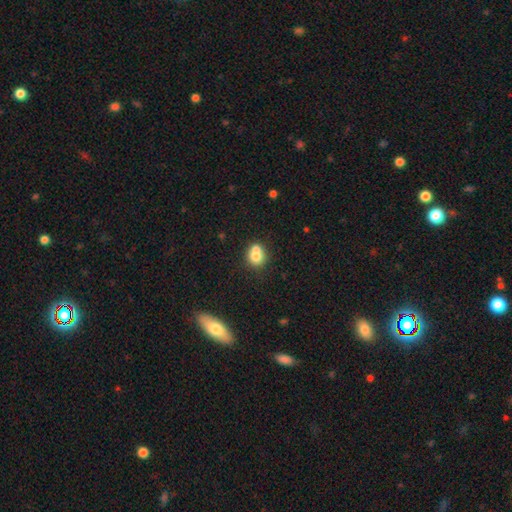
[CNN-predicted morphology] The model was most divided on "merging": merger: 45%, none: 40%, minor disturbance: 11%, major disturbance: 4%. More confident: smooth or featured — smooth (74%); how rounded — round (68%).